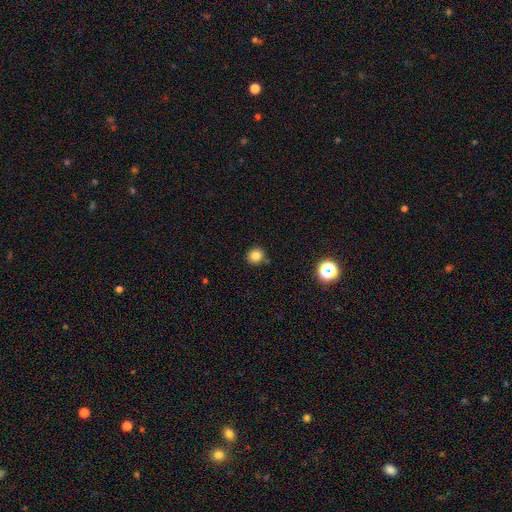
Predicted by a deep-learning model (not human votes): Overall: smooth (82%). How rounded: round (90%). Merging: none (85%).